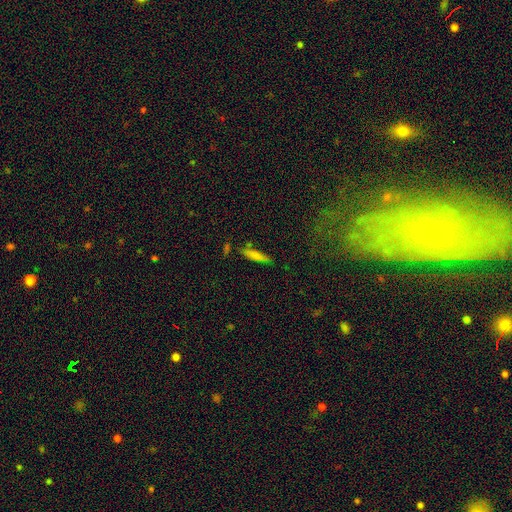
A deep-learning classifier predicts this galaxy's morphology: smooth_or_featured: smooth (p=0.72) [alt: featured or disk p=0.18]
how_rounded: cigar-shaped (p=0.80) [alt: in between p=0.18]
merging: none (p=0.73) [alt: minor disturbance p=0.16]